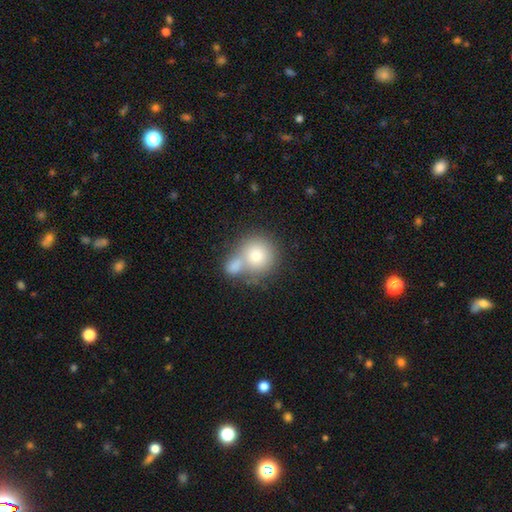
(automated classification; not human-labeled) Smooth or featured? smooth (77%)
How rounded? round (86%)
Merging? merger (47%)